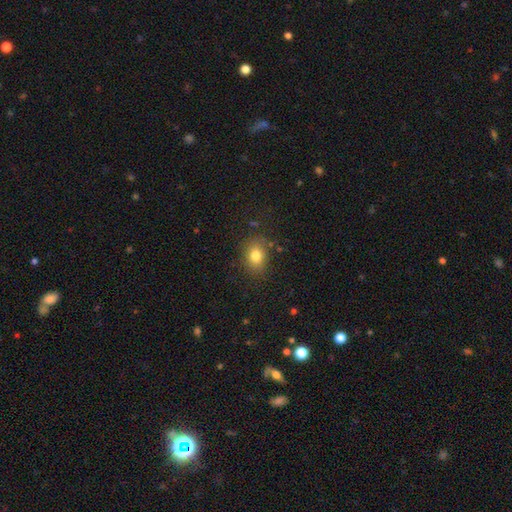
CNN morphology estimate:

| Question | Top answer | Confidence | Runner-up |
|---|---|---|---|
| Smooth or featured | smooth | 79% | star or artifact (12%) |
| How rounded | in between | 60% | round (39%) |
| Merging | none | 82% | minor disturbance (13%) |